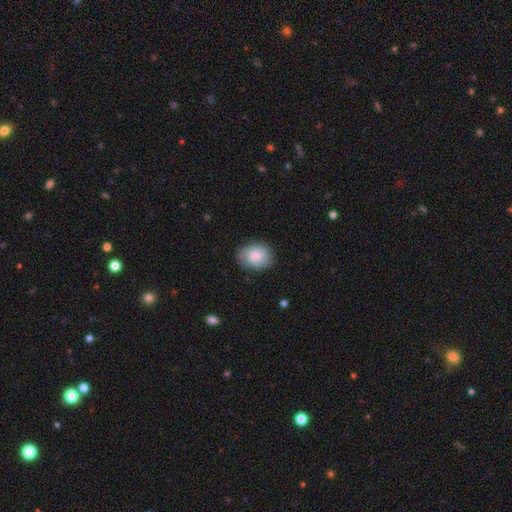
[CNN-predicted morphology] Smooth or featured?
  - smooth: 80% *
  - featured or disk: 13%
  - star or artifact: 7%
How rounded?
  - in between: 61% *
  - round: 38%
  - cigar-shaped: 1%
Merging?
  - none: 79% *
  - minor disturbance: 16%
  - major disturbance: 4%
  - merger: 1%